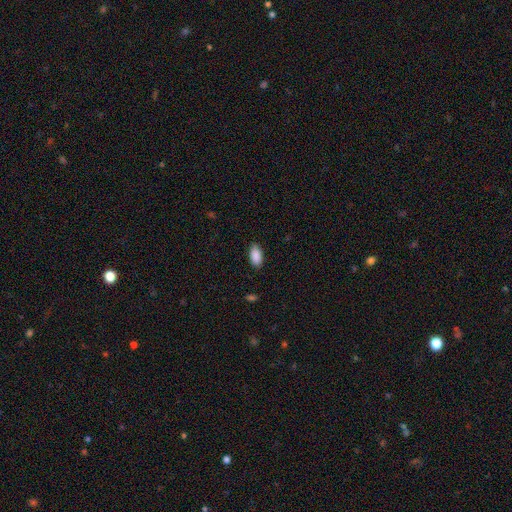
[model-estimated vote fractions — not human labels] Smooth or featured: smooth — 90% (star or artifact — 6%)
How rounded: in between — 94% (cigar-shaped — 4%)
Merging: none — 86% (minor disturbance — 11%)